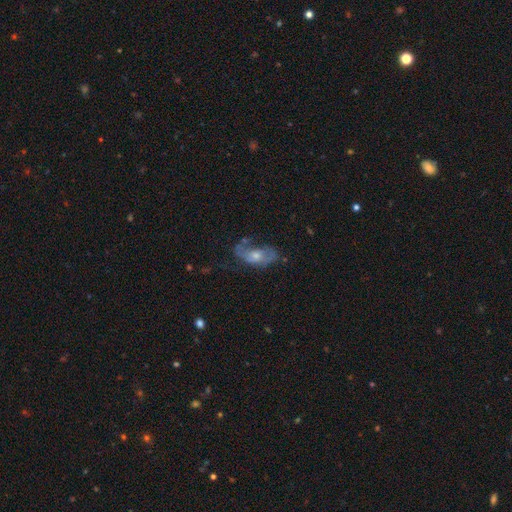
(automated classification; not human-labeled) Morphology: type=featured or disk (57%); edge-on=no (91%); bar=no (76%); spiral arms=yes (59%); bulge=moderate (49%); merging=none (41%).